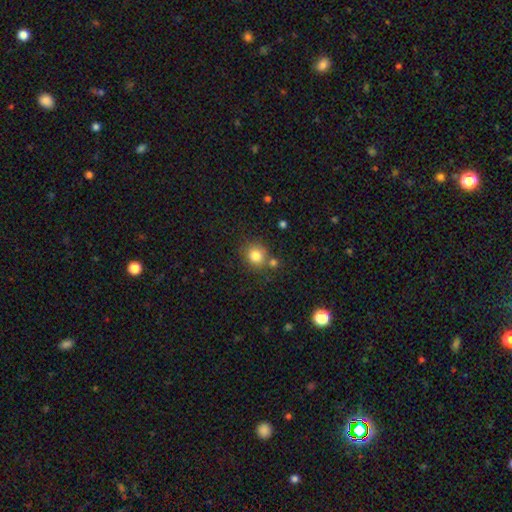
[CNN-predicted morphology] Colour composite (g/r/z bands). It shows a smooth galaxy with no disk features (82%) that is round (85%). Merging: none (69%).